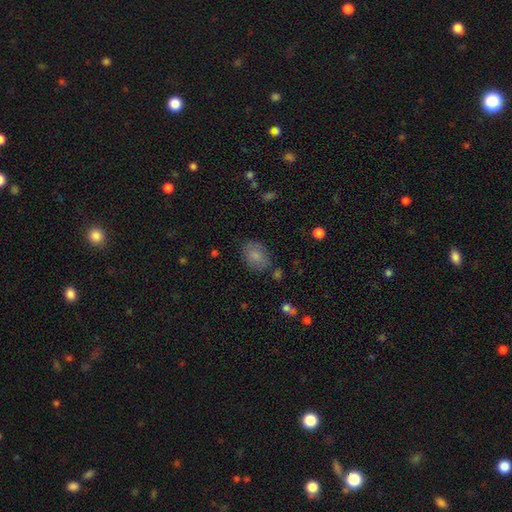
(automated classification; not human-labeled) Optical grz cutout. It shows a smooth galaxy with no disk features (79%) that is in between round and cigar-shaped (74%). Merging: none (76%).